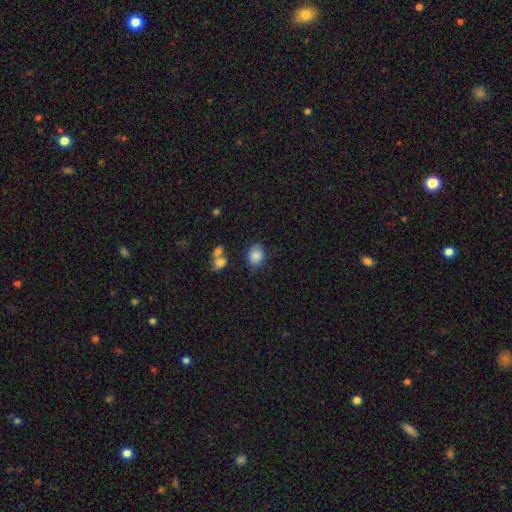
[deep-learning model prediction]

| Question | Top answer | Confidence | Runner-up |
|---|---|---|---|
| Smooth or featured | smooth | 85% | star or artifact (9%) |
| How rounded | in between | 61% | round (38%) |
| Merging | none | 74% | minor disturbance (16%) |